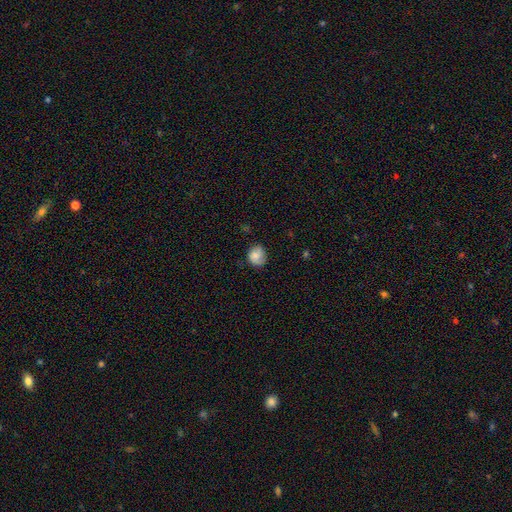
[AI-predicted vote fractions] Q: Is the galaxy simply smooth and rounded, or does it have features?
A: smooth — 71%.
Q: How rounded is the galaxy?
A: round — 67%.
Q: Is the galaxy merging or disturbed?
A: none — 64%.